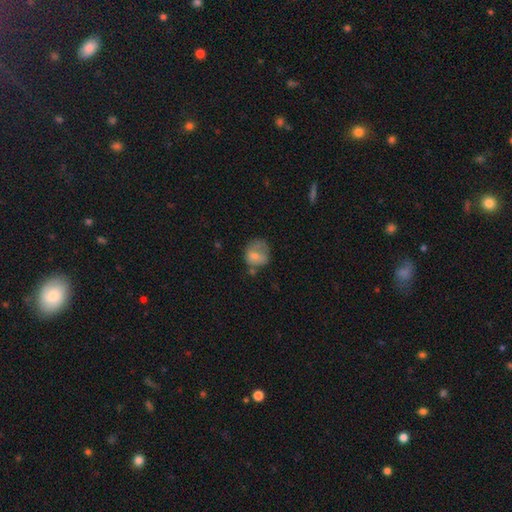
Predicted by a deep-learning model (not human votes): Smooth or featured: smooth — 65% (featured or disk — 24%)
How rounded: round — 64% (in between — 35%)
Merging: none — 40% (minor disturbance — 29%)